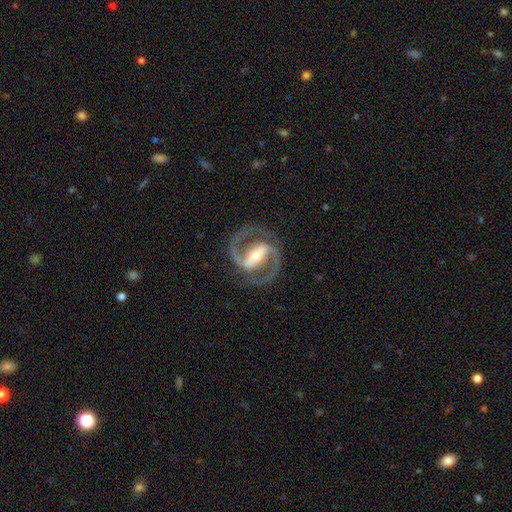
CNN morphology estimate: featured or disk 94%, star or artifact 3%, smooth 3%. Down the decision tree: edge-on disk — no (98%); bar — strong (66%); spiral arms — yes (98%); spiral arm count — 2 (94%); spiral winding — medium (65%); bulge size — moderate (59%); merging — none (85%).